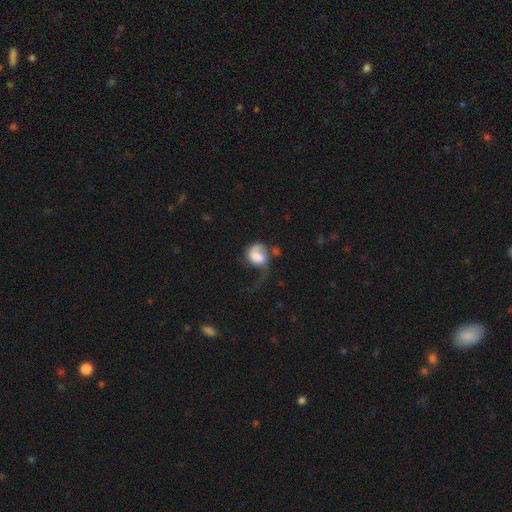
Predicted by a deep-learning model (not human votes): This is possibly a smooth galaxy (49%). Merging: possibly major disturbance (49%).